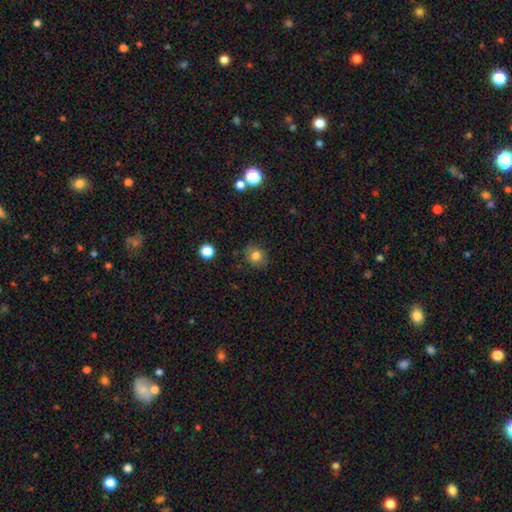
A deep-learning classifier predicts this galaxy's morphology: Q: Smooth or featured?
A: smooth (79%); runner-up: star or artifact (12%)
Q: How rounded?
A: round (75%); runner-up: in between (24%)
Q: Merging?
A: none (81%); runner-up: minor disturbance (14%)